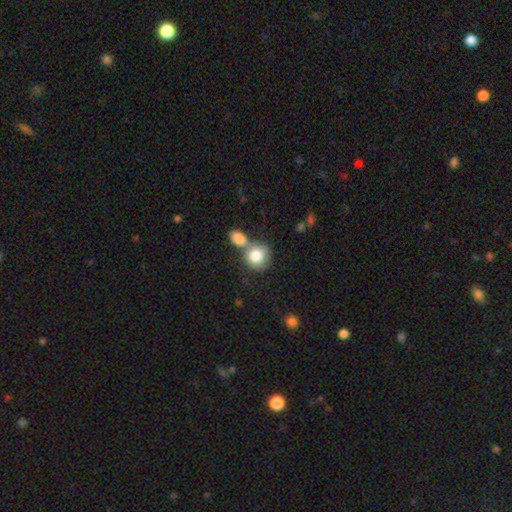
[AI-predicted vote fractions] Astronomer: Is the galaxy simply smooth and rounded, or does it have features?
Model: smooth — 81%.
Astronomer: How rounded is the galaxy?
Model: round — 78%.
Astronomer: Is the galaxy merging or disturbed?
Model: merger — 46% (runner-up: none, 38%).